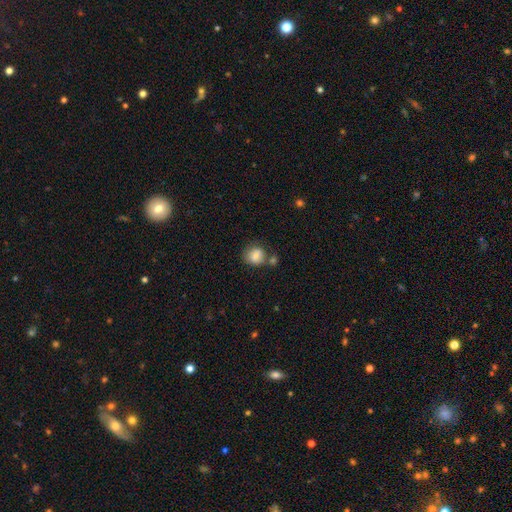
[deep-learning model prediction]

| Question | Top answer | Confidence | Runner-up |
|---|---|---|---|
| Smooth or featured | smooth | 81% | featured or disk (10%) |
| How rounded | round | 71% | in between (28%) |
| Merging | none | 55% | merger (20%) |